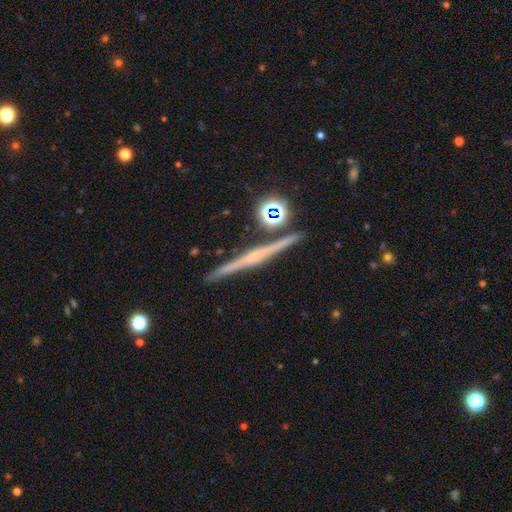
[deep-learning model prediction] Overall: featured or disk (73%). Edge-on disk: yes (98%). Edge-on bulge: rounded (46%; none 42%). Merging: none (87%).